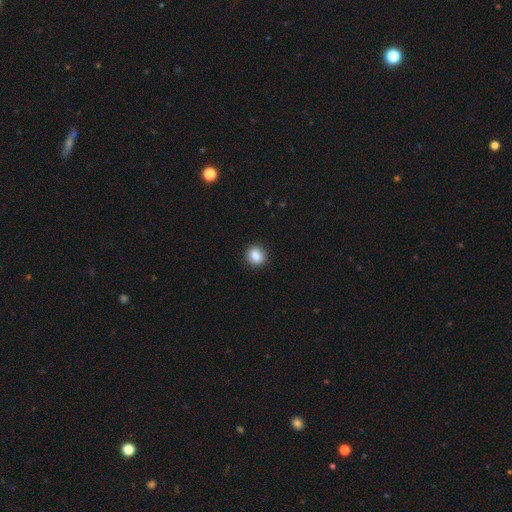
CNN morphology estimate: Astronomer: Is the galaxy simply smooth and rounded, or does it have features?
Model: smooth — 87%.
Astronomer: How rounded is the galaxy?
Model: round — 74%.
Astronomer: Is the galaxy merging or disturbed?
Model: none — 89%.